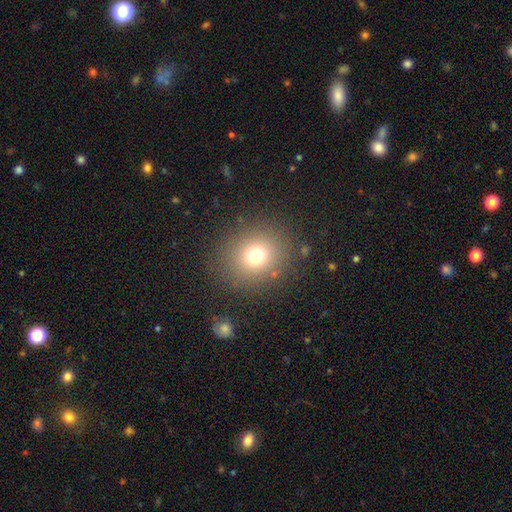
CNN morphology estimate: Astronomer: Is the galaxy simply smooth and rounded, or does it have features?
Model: smooth — 72%.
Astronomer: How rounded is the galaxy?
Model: round — 80%.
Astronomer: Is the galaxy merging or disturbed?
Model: none — 85%.